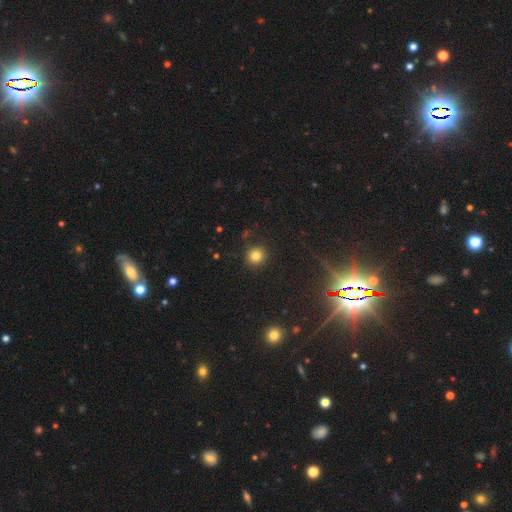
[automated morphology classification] Smooth or featured? Predicted: smooth (p=0.81). How rounded? Predicted: round (p=0.93). Merging? Predicted: none (p=0.91).